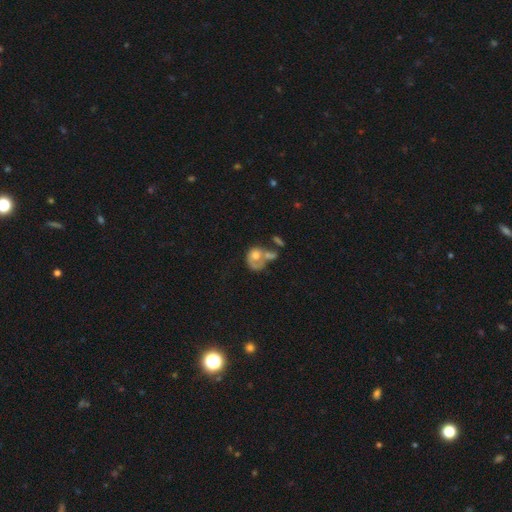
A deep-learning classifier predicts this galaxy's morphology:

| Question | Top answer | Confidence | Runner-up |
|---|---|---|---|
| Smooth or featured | smooth | 53% | featured or disk (38%) |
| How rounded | round | 51% | in between (47%) |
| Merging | merger | 45% | major disturbance (24%) |